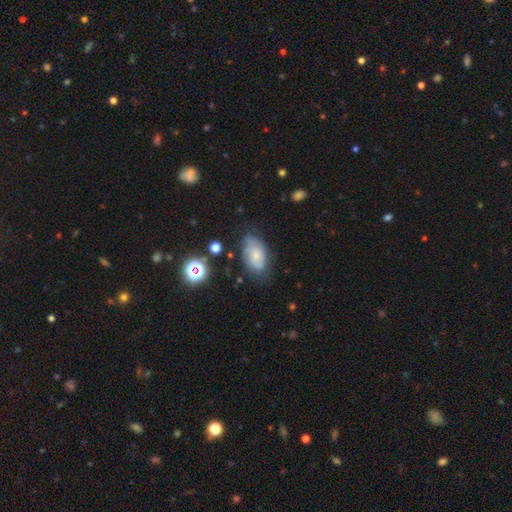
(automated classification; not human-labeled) A featured or disk galaxy (47%). Merging: none (62%).